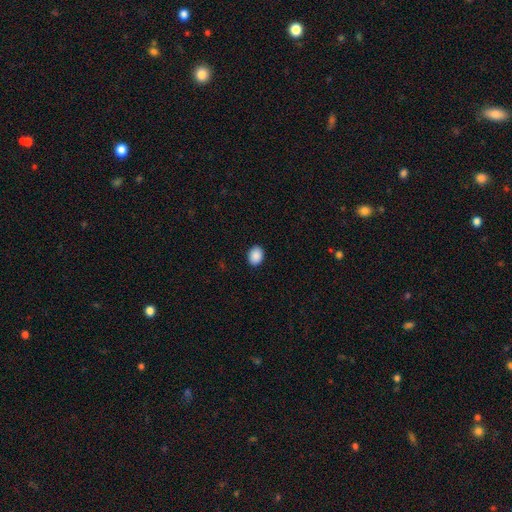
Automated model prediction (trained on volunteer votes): This is clearly a smooth galaxy (90%). How rounded: likely in between (64%). Merging: clearly none (91%).